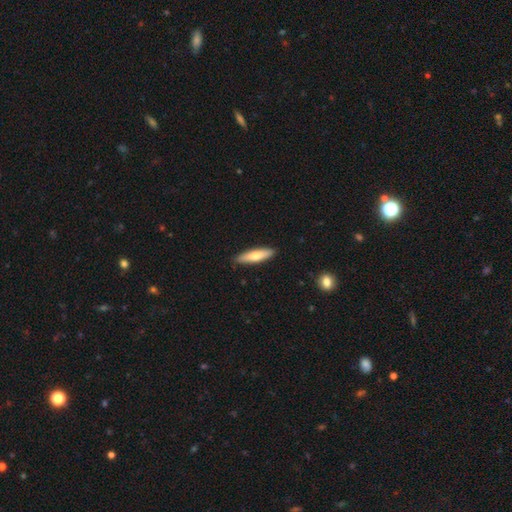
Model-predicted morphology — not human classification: The model was most divided on "smooth or featured": smooth: 68%, featured or disk: 26%, star or artifact: 5%. More confident: merging — none (89%); how rounded — cigar-shaped (76%).